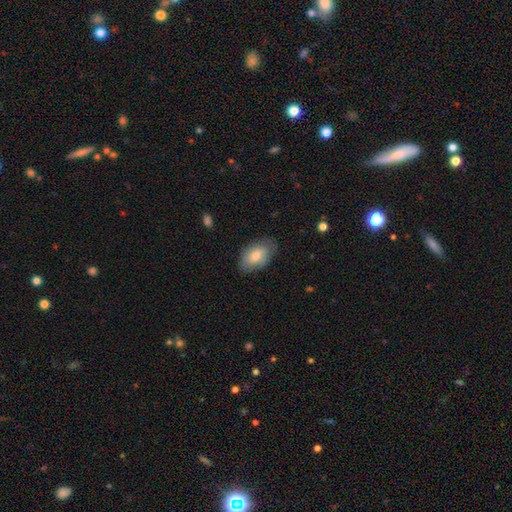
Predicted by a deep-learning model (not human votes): Q: Smooth or featured?
A: smooth (75%); runner-up: featured or disk (19%)
Q: How rounded?
A: in between (93%); runner-up: round (5%)
Q: Merging?
A: none (78%); runner-up: minor disturbance (18%)